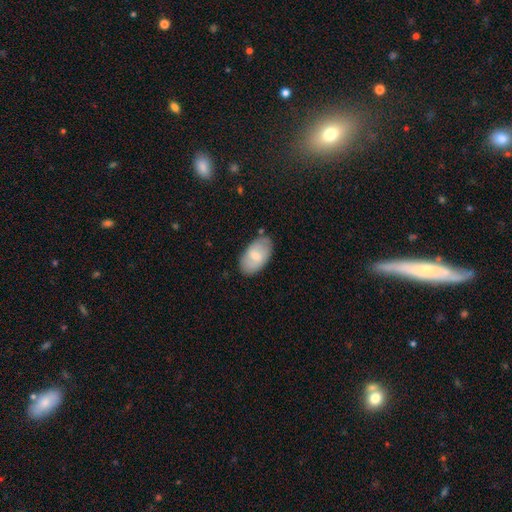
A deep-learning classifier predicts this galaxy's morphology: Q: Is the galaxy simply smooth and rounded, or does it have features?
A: smooth — 64%.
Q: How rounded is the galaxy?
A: in between — 94%.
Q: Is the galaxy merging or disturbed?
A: none — 79%.